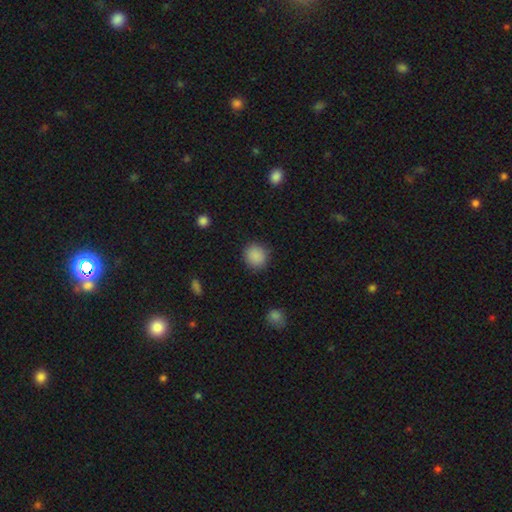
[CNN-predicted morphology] This appears to be a smooth galaxy with no disk features (88%) that is round (85%). Merging: none (88%).